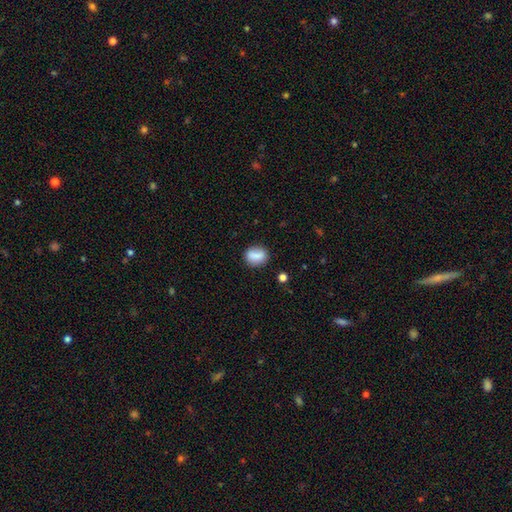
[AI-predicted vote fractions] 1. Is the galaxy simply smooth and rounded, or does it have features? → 82% smooth, 9% featured or disk, 8% star or artifact.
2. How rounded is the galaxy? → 54% in between, 43% round, 2% cigar-shaped.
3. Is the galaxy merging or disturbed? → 79% none, 14% minor disturbance, 4% merger, 4% major disturbance.